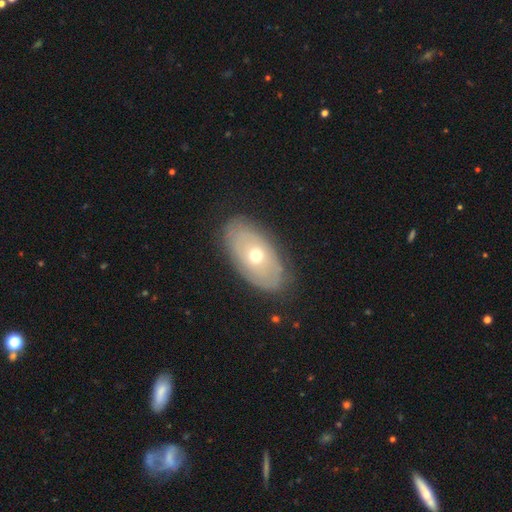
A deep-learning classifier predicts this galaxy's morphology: type=featured or disk (49%); merging=none (80%).